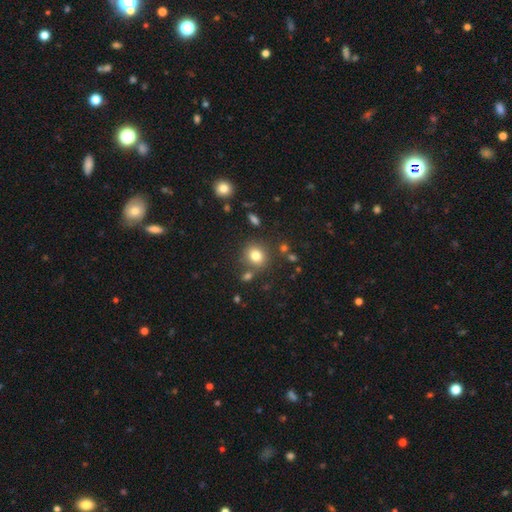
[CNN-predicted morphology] This appears to be a smooth galaxy with no disk features (79%) that is round (79%). Merging: none (79%).